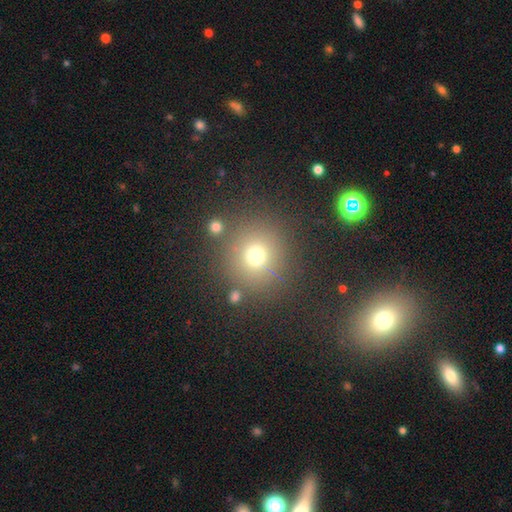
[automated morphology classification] smooth_or_featured: smooth (p=0.71) [alt: star or artifact p=0.20]
how_rounded: round (p=0.93) [alt: in between p=0.06]
merging: none (p=0.83) [alt: minor disturbance p=0.08]